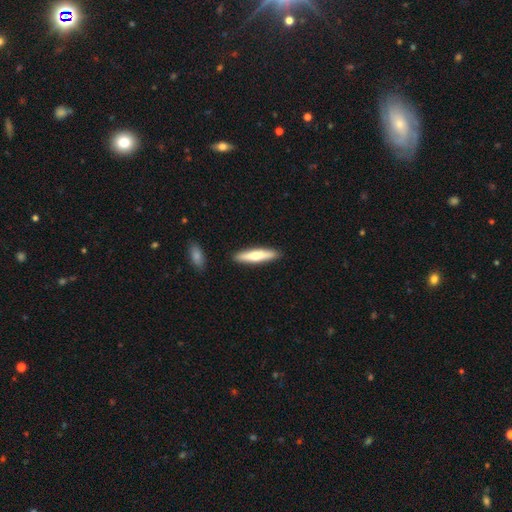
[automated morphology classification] A smooth galaxy with no disk features (55%) that is cigar-shaped (84%).

Vote fractions:
- Smooth or featured? smooth: 55% / featured or disk: 40% / star or artifact: 5%
- How rounded? cigar-shaped: 84% / in between: 15% / round: 2%
- Merging? none: 90% / minor disturbance: 7% / merger: 2% / major disturbance: 1%